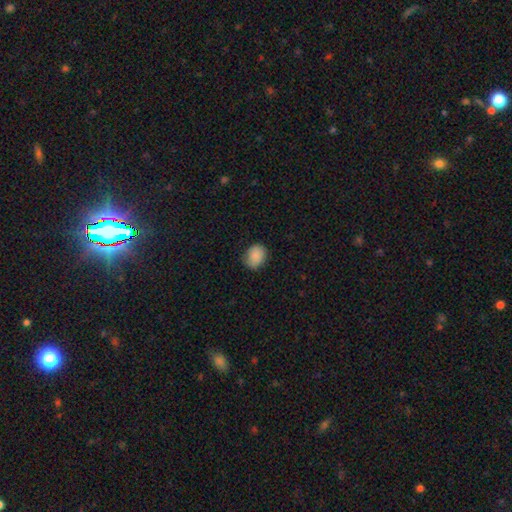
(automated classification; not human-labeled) A smooth galaxy with no disk features (88%) that is in between round and cigar-shaped (52%).

Vote fractions:
- Smooth or featured? smooth: 88% / star or artifact: 8% / featured or disk: 5%
- How rounded? in between: 52% / round: 47% / cigar-shaped: 1%
- Merging? none: 76% / minor disturbance: 20% / major disturbance: 3% / merger: 1%